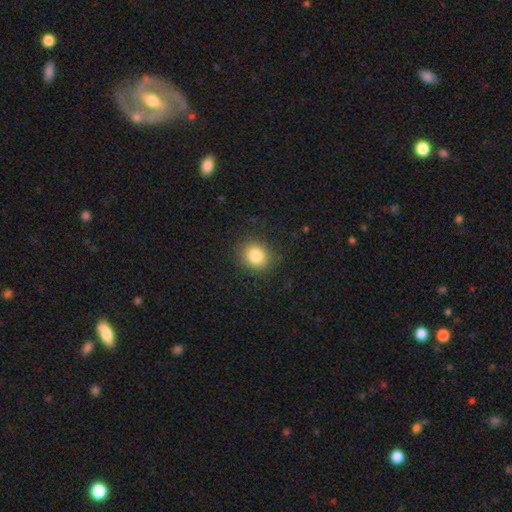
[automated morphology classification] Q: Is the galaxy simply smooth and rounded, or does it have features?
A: smooth — 83%.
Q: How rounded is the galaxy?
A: round — 73%.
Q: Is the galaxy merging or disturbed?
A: none — 86%.